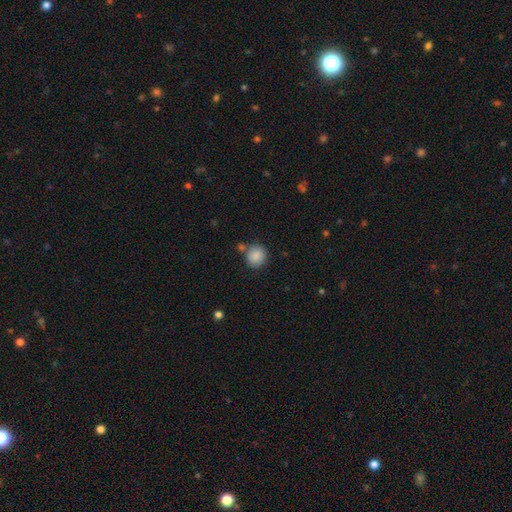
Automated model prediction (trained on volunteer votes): smooth-or-featured: smooth: 87% | star or artifact: 8% | featured or disk: 5%
  how-rounded: round: 87% | in between: 12% | cigar-shaped: 1%
  merging: none: 74% | minor disturbance: 12% | merger: 10% | major disturbance: 4%